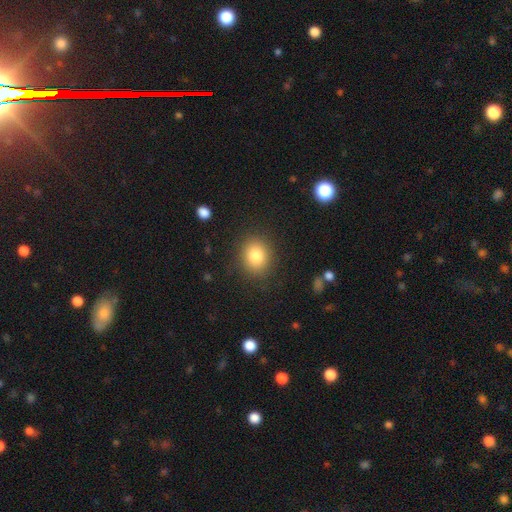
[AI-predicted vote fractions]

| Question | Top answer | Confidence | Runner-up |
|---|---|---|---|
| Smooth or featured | smooth | 82% | star or artifact (10%) |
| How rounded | round | 69% | in between (30%) |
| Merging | none | 87% | minor disturbance (8%) |